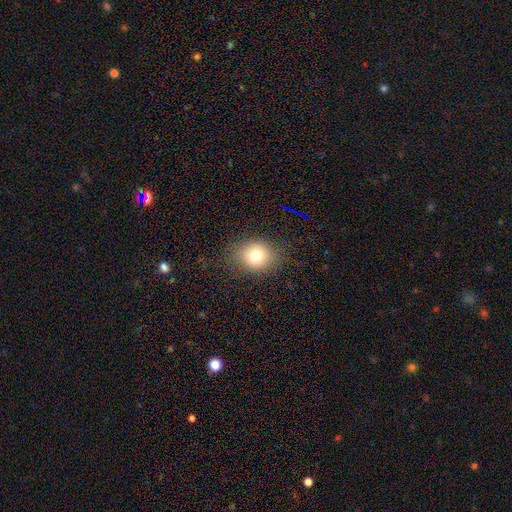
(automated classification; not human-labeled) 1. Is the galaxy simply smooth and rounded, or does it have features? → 75% smooth, 13% star or artifact, 11% featured or disk.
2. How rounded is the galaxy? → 66% round, 33% in between, 1% cigar-shaped.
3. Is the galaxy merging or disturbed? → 80% none, 14% minor disturbance, 5% major disturbance, 1% merger.